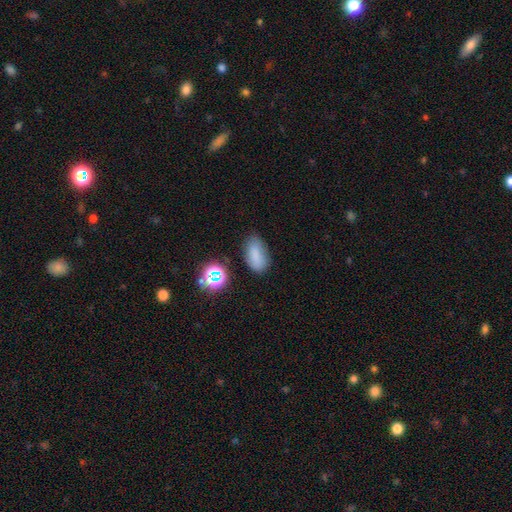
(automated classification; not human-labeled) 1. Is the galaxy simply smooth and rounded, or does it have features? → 78% smooth, 14% star or artifact, 8% featured or disk.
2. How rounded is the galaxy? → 90% in between, 7% round, 3% cigar-shaped.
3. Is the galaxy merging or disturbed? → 72% none, 19% minor disturbance, 5% major disturbance, 4% merger.